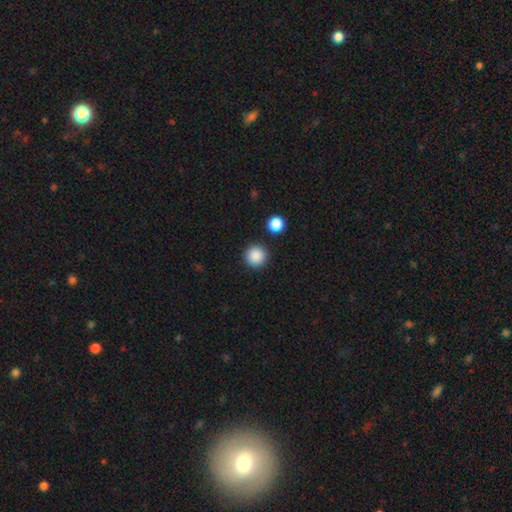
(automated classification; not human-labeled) This is clearly a smooth galaxy (88%). How rounded: clearly round (96%). Merging: clearly none (90%).